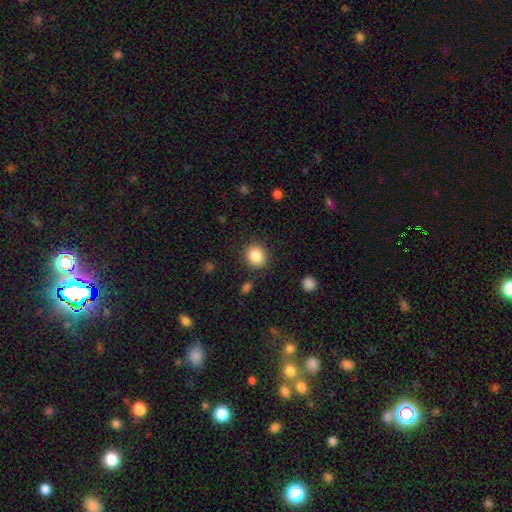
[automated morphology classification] This appears to be a smooth galaxy with no disk features (86%) that is round (74%). Merging: none (86%).